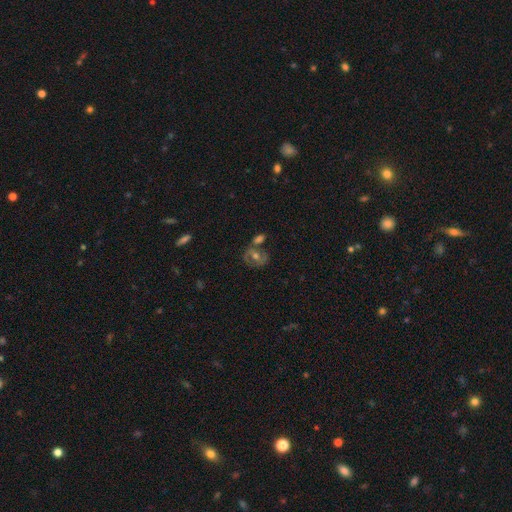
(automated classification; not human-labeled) Smooth or featured? featured or disk (55%)
Edge-on disk? no (94%)
Bar? no (52%)
Spiral arms? yes (59%)
Bulge size? moderate (71%)
Merging? none (61%)